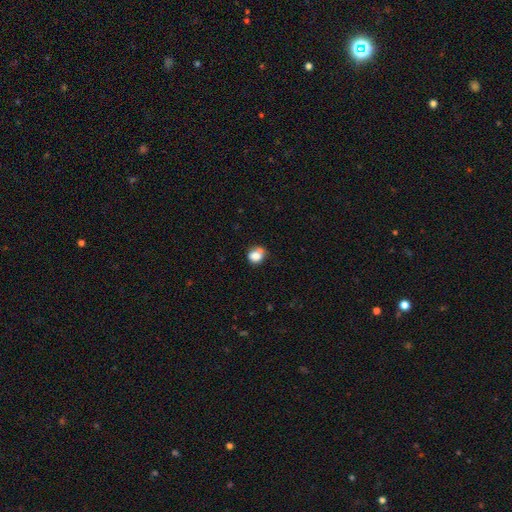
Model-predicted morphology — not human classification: This appears to be a smooth galaxy with no disk features (81%) that is round (68%). Merging: none (54%).